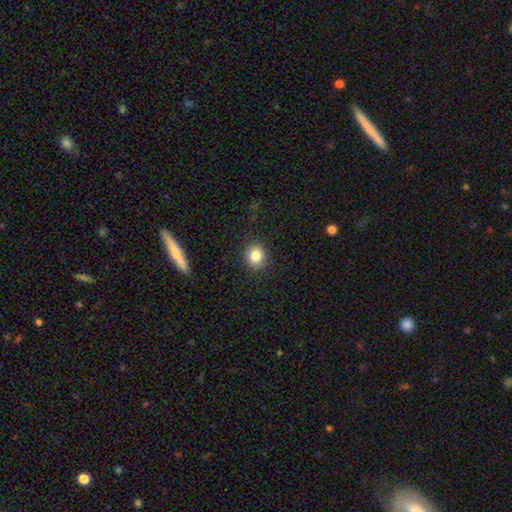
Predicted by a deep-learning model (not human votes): Morphology: type=smooth (85%); roundness=round (71%); merging=none (89%).